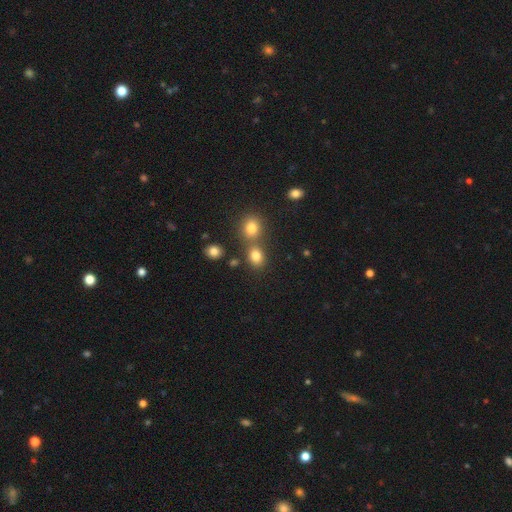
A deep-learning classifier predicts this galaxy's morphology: A smooth galaxy with no disk features (79%) that is round (52%).

Vote fractions:
- Smooth or featured? smooth: 79% / star or artifact: 14% / featured or disk: 7%
- How rounded? round: 52% / in between: 47% / cigar-shaped: 1%
- Merging? none: 59% / merger: 28% / minor disturbance: 9% / major disturbance: 4%